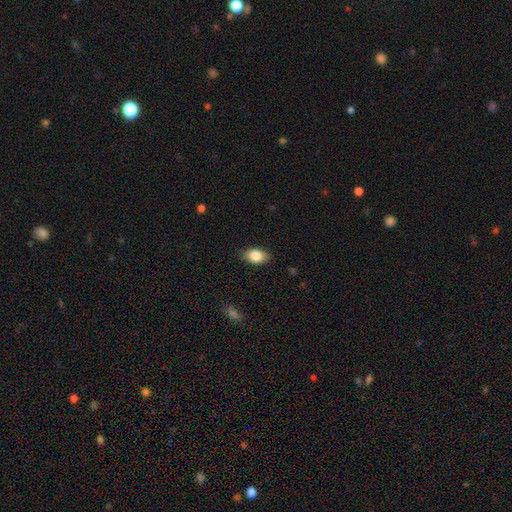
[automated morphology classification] smooth-or-featured: smooth: 86% | star or artifact: 7% | featured or disk: 6%
  how-rounded: in between: 88% | round: 10% | cigar-shaped: 2%
  merging: none: 85% | minor disturbance: 11% | major disturbance: 2% | merger: 1%